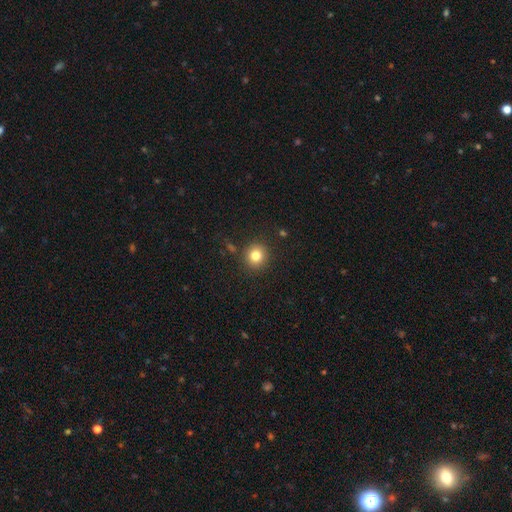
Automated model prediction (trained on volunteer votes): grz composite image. It shows a smooth galaxy with no disk features (81%) that is round (89%). Merging: none (88%).